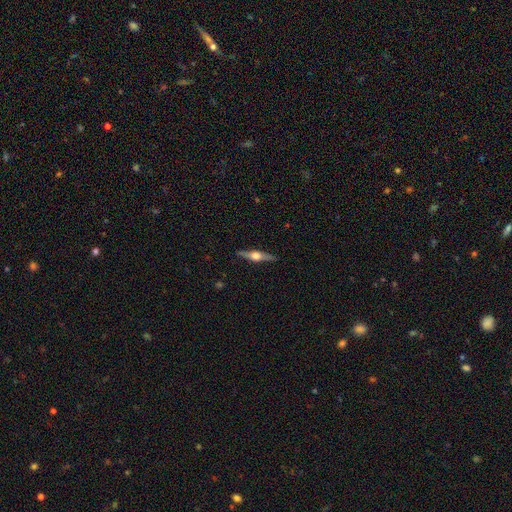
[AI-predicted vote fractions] Smooth or featured: featured or disk — 77% (smooth — 18%)
Edge-on disk: yes — 98% (no — 2%)
Edge-on bulge: rounded — 94% (boxy — 5%)
Merging: none — 90% (minor disturbance — 7%)